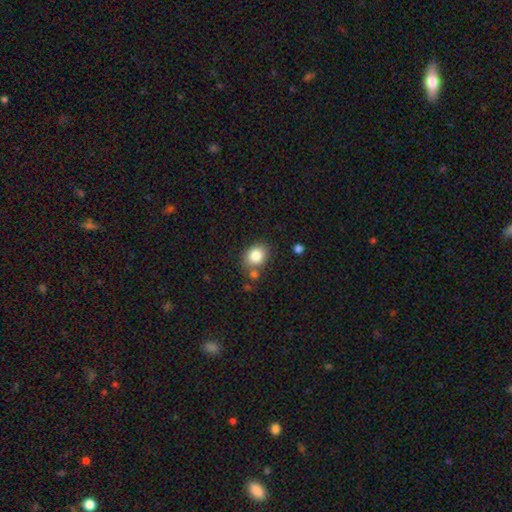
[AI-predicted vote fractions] Smooth or featured? smooth (83%)
How rounded? round (54%)
Merging? none (70%)